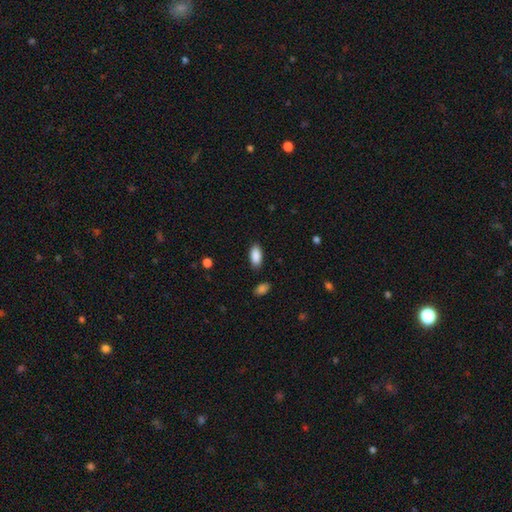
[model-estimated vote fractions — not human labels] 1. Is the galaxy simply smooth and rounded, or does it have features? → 89% smooth, 7% star or artifact, 4% featured or disk.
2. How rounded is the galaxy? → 91% in between, 7% cigar-shaped, 2% round.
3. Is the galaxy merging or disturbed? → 86% none, 10% minor disturbance, 2% major disturbance, 2% merger.